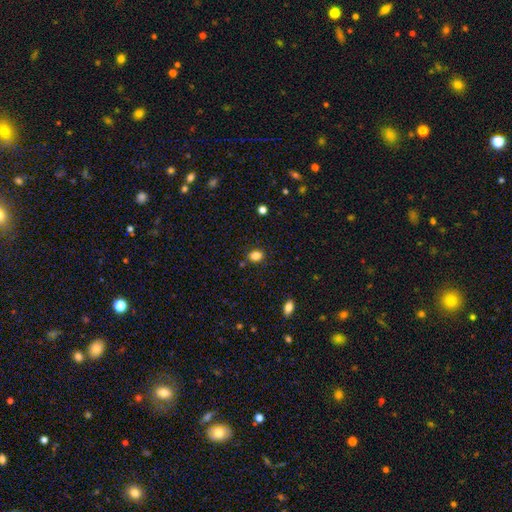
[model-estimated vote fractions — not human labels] Morphology: type=smooth (85%); roundness=in between (64%); merging=none (84%).